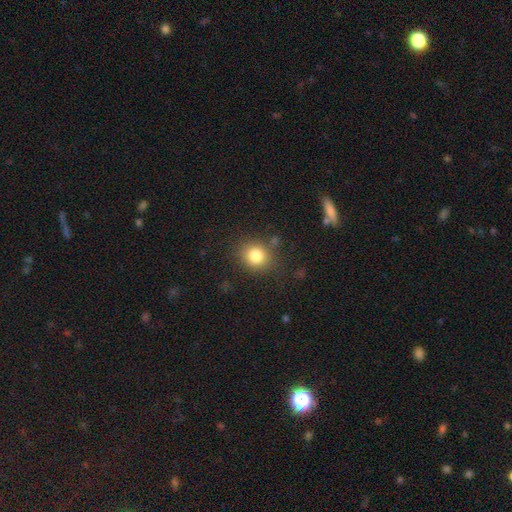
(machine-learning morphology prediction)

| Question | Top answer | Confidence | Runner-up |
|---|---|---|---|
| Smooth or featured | smooth | 81% | star or artifact (11%) |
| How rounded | round | 78% | in between (21%) |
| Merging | none | 81% | minor disturbance (11%) |